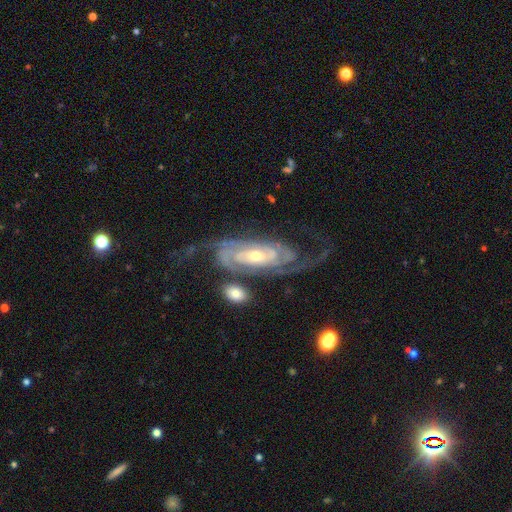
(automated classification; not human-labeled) Smooth or featured?
  - featured or disk: 90% *
  - star or artifact: 5%
  - smooth: 5%
Edge-on disk?
  - no: 93% *
  - yes: 7%
Bar?
  - no: 52% *
  - weak: 29%
  - strong: 19%
Spiral arms?
  - yes: 98% *
  - no: 2%
Spiral winding?
  - tight: 60% *
  - medium: 31%
  - loose: 9%
Spiral arm count?
  - 2: 60% *
  - can't tell: 14%
  - 3: 14%
  - 4: 5%
  - 1: 4%
  - more than 4: 4%
Bulge size?
  - small: 50% *
  - moderate: 45%
  - large: 3%
  - none: 1%
  - dominant: 1%
Merging?
  - none: 61% *
  - minor disturbance: 17%
  - major disturbance: 14%
  - merger: 8%